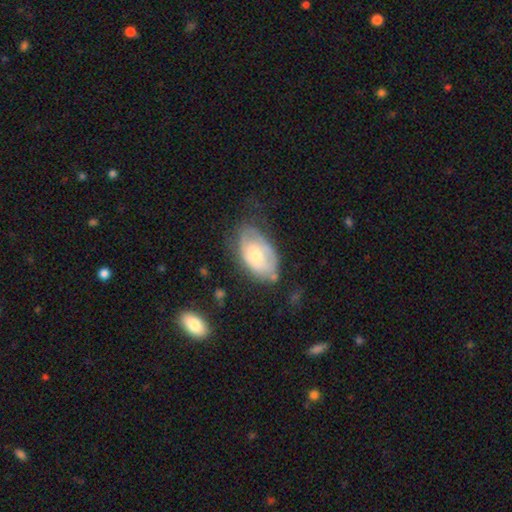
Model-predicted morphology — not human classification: smooth 53%, featured or disk 41%, star or artifact 6%. Down the decision tree: how rounded — in between (93%); merging — none (50%).